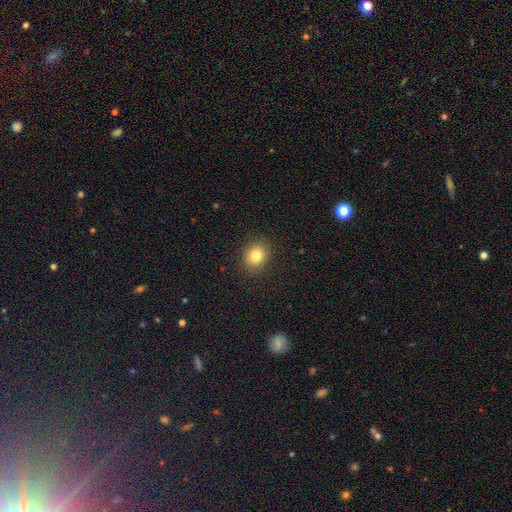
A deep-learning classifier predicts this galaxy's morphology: Overall: smooth (81%). How rounded: round (63%; in between 36%). Merging: none (89%).